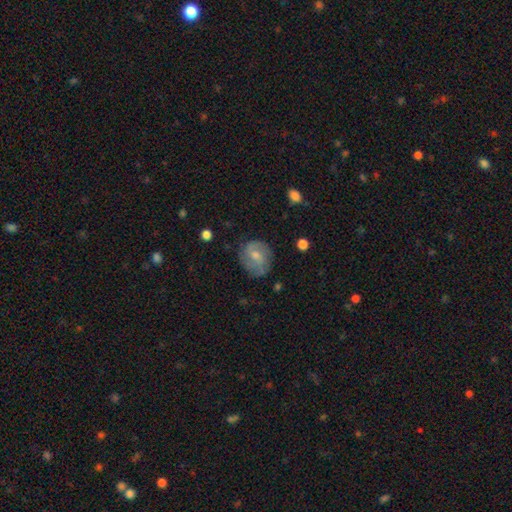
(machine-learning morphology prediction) Smooth or featured?
  - featured or disk: 54% *
  - smooth: 39%
  - star or artifact: 7%
Edge-on disk?
  - no: 97% *
  - yes: 3%
Bar?
  - no: 47% *
  - weak: 44%
  - strong: 9%
Spiral arms?
  - yes: 84% *
  - no: 16%
Bulge size?
  - small: 49% *
  - moderate: 44%
  - none: 5%
  - large: 2%
  - dominant: 1%
Merging?
  - none: 71% *
  - minor disturbance: 20%
  - major disturbance: 7%
  - merger: 2%